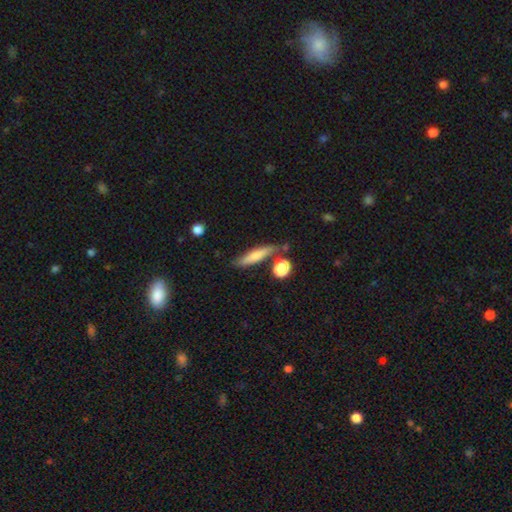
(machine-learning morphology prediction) Smooth or featured? smooth (69%)
How rounded? cigar-shaped (75%)
Merging? none (69%)